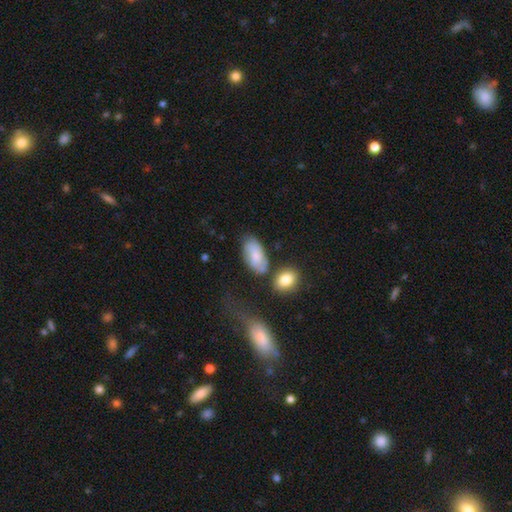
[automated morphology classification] Q: Smooth or featured?
A: smooth (64%); runner-up: featured or disk (28%)
Q: How rounded?
A: in between (92%); runner-up: round (4%)
Q: Merging?
A: none (60%); runner-up: minor disturbance (21%)